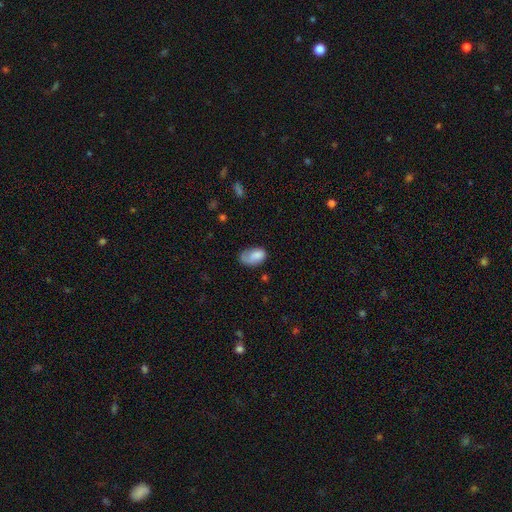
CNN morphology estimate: A smooth galaxy with no disk features (75%) that is in between round and cigar-shaped (90%). Merging: none (47%).